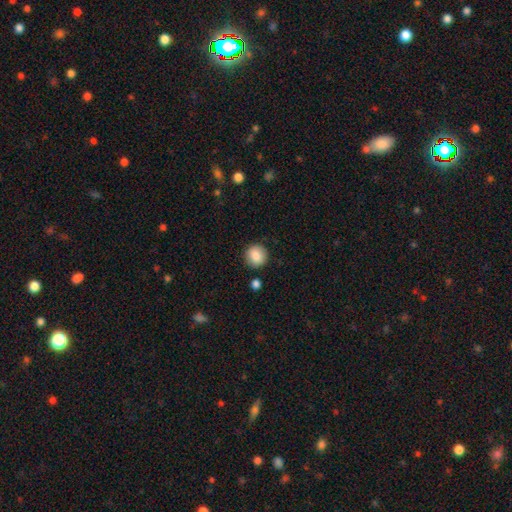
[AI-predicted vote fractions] smooth-or-featured: smooth: 86% | star or artifact: 8% | featured or disk: 5%
  how-rounded: round: 90% | in between: 9% | cigar-shaped: 1%
  merging: none: 88% | minor disturbance: 8% | merger: 2% | major disturbance: 2%